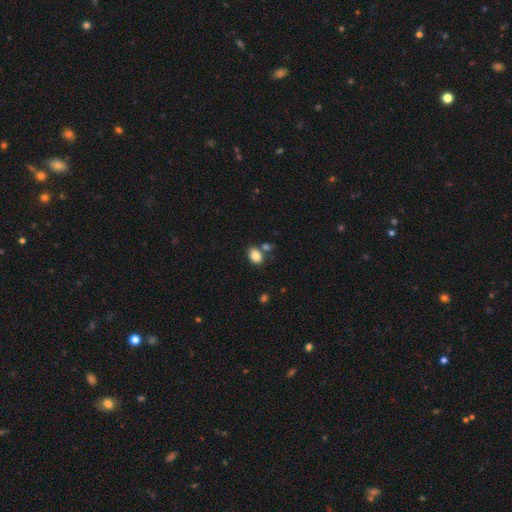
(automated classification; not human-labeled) The model was most divided on "merging": none: 68%, merger: 16%, minor disturbance: 13%, major disturbance: 3%. More confident: smooth or featured — smooth (84%); how rounded — in between (77%).